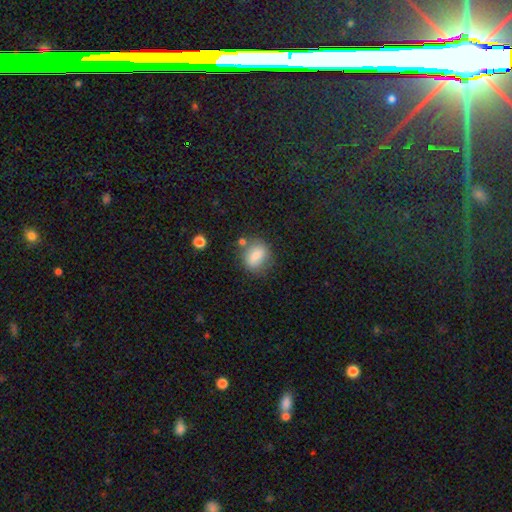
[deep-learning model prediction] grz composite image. It shows a smooth galaxy with no disk features (80%) that is in between round and cigar-shaped (53%). Merging: none (67%).